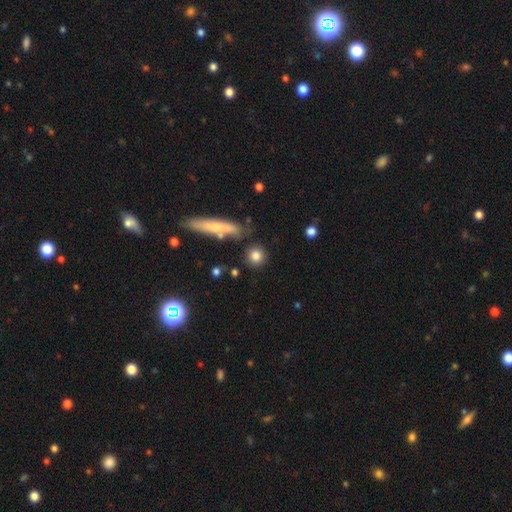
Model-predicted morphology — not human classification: The model was most divided on "merging": none: 81%, minor disturbance: 10%, merger: 6%, major disturbance: 3%. More confident: how rounded — round (84%); smooth or featured — smooth (82%).